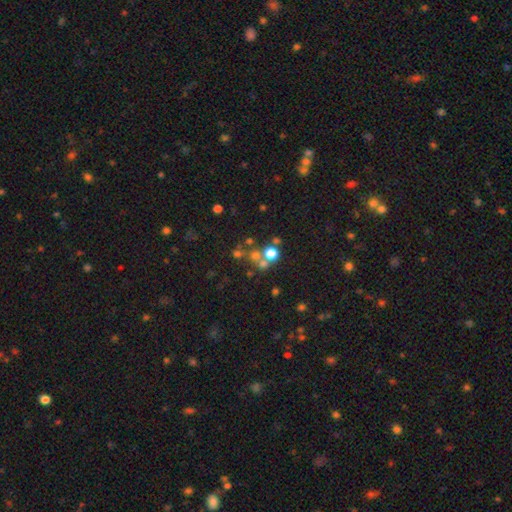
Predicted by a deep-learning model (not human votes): A smooth galaxy with no disk features (47%).

Vote fractions:
- Smooth or featured? smooth: 47% / star or artifact: 34% / featured or disk: 18%
- Merging? none: 54% / merger: 33% / minor disturbance: 7% / major disturbance: 6%